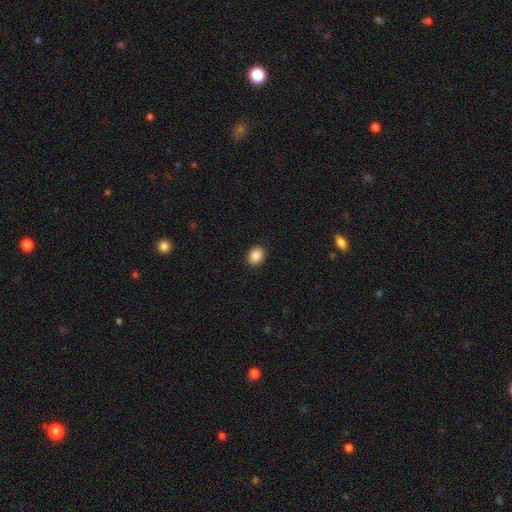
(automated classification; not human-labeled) Smooth or featured? smooth (89%)
How rounded? in between (50%)
Merging? none (91%)